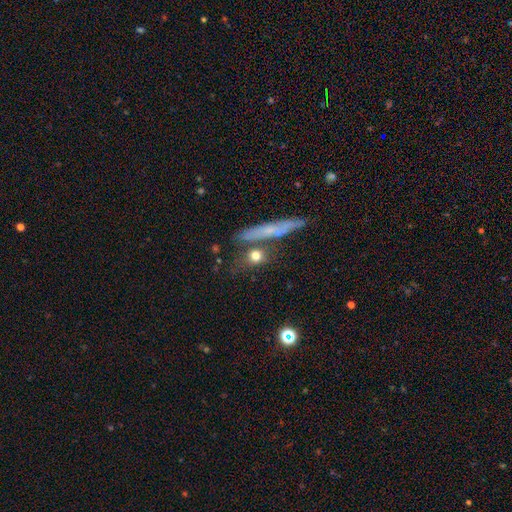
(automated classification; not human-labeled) Morphology: type=smooth (69%); roundness=round (57%); merging=none (69%).